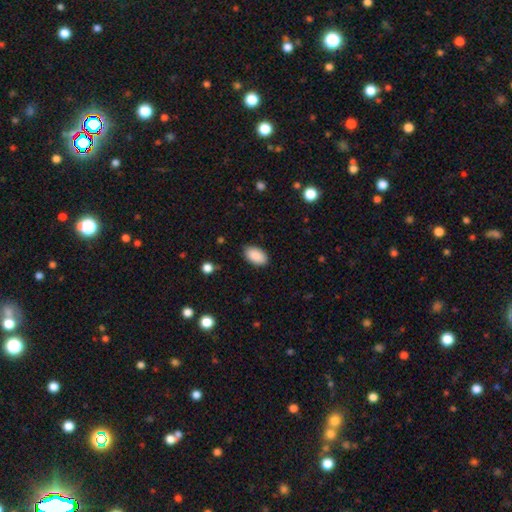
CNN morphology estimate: Smooth or featured?
  - smooth: 90% *
  - star or artifact: 7%
  - featured or disk: 3%
How rounded?
  - in between: 94% *
  - round: 4%
  - cigar-shaped: 1%
Merging?
  - none: 87% *
  - minor disturbance: 10%
  - major disturbance: 2%
  - merger: 1%